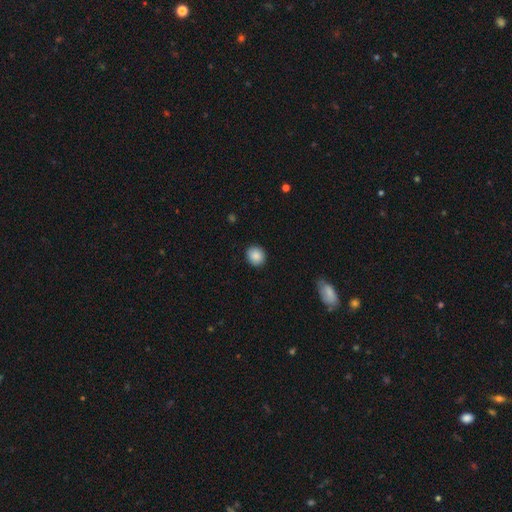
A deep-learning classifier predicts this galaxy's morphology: smooth_or_featured: smooth (p=0.88) [alt: star or artifact p=0.08]
how_rounded: round (p=0.79) [alt: in between p=0.20]
merging: none (p=0.90) [alt: minor disturbance p=0.07]